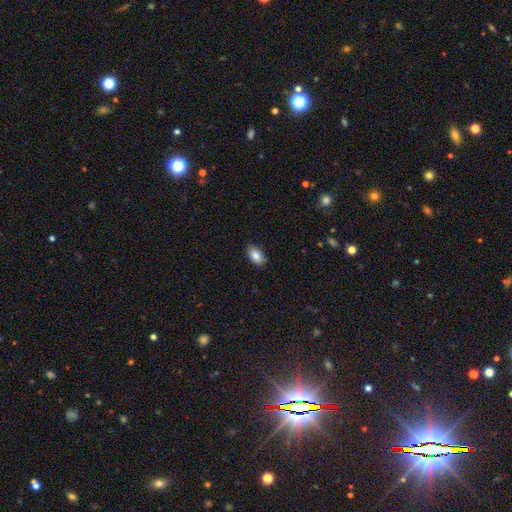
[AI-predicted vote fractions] Q: Smooth or featured?
A: smooth (86%); runner-up: star or artifact (7%)
Q: How rounded?
A: in between (91%); runner-up: round (7%)
Q: Merging?
A: none (88%); runner-up: minor disturbance (9%)